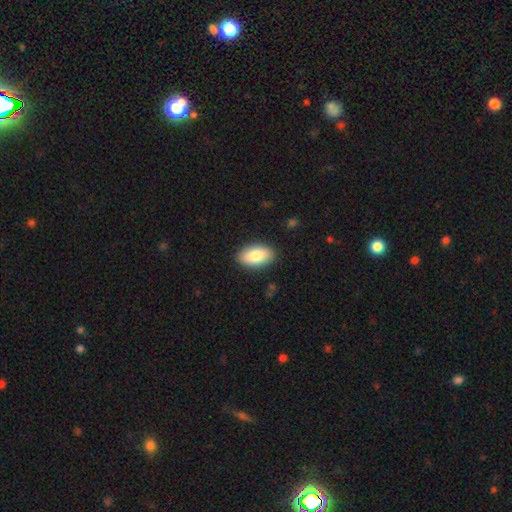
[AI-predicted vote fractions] Morphology: type=smooth (82%); roundness=in between (93%); merging=none (89%).